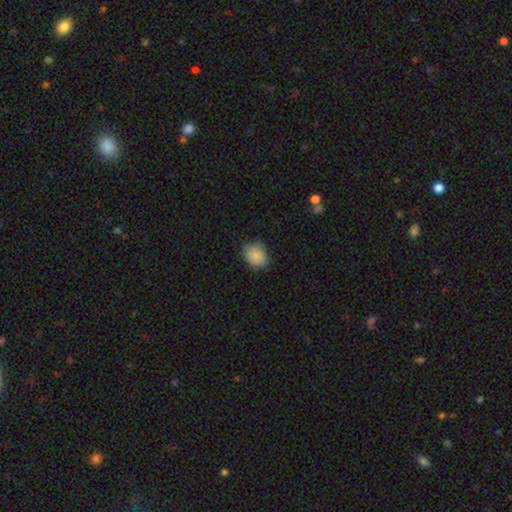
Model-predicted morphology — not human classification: type=smooth (88%); roundness=in between (53%); merging=none (78%).